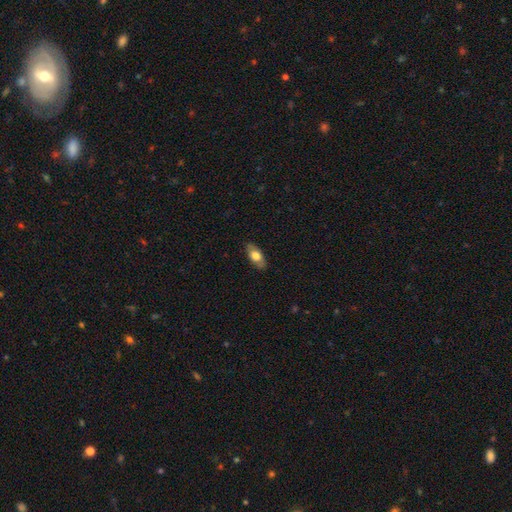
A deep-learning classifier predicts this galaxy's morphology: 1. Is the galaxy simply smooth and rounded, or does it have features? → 69% smooth, 25% featured or disk, 6% star or artifact.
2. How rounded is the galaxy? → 85% in between, 11% cigar-shaped, 4% round.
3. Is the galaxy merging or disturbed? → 85% none, 12% minor disturbance, 2% major disturbance, 1% merger.